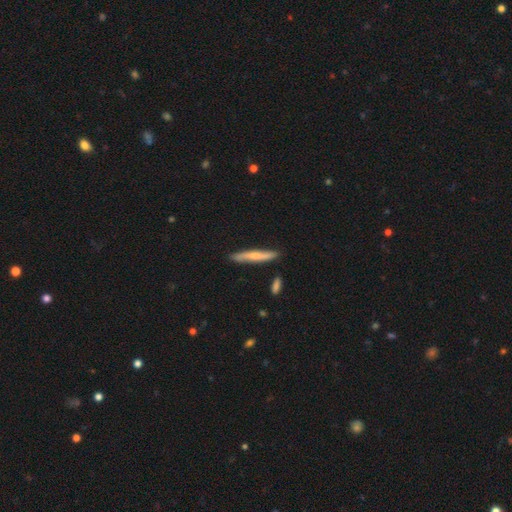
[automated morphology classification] This appears to be a smooth galaxy with no disk features (58%) that is cigar-shaped (94%). Merging: none (84%).